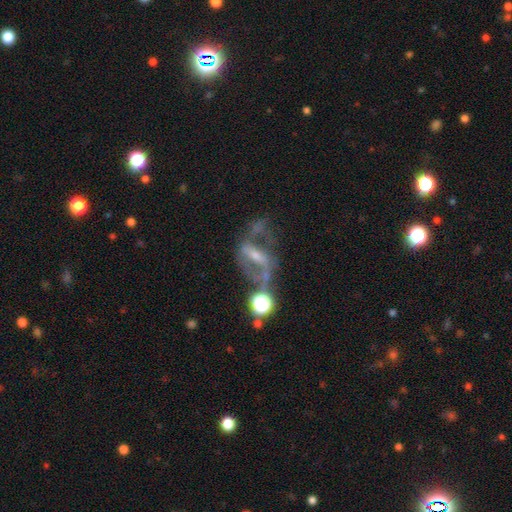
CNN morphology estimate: smooth-or-featured: featured or disk: 73% | smooth: 14% | star or artifact: 13%
  disk-edge-on: no: 88% | yes: 12%
    bar: strong: 58% | weak: 26% | no: 16%
    has-spiral-arms: yes: 65% | no: 35%
    bulge-size: small: 49% | moderate: 35% | none: 9% | large: 5% | dominant: 2%
  merging: none: 38% | major disturbance: 29% | merger: 17% | minor disturbance: 16%